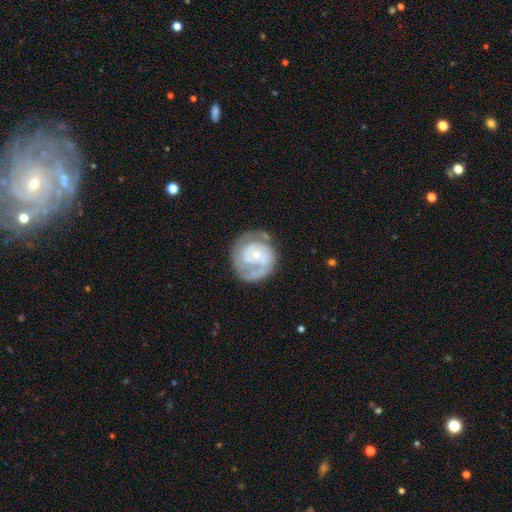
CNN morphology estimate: This appears to be a featured or disk galaxy (77%) with no bar (68%), 2 (49%) tight (53%) spiral arms (87%) and a small central bulge (68%). Merging: none (63%).